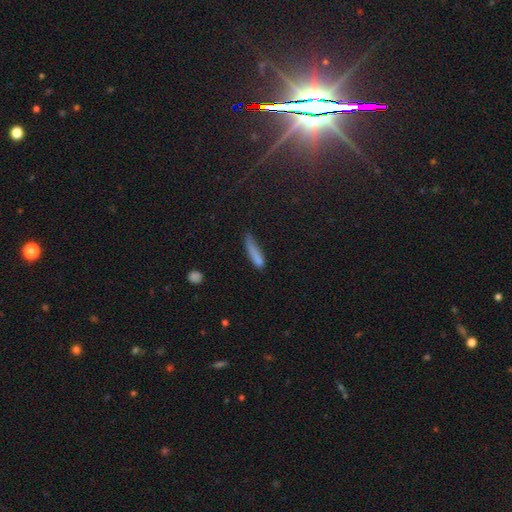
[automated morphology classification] The model was most divided on "merging": none: 50%, minor disturbance: 34%, major disturbance: 12%, merger: 4%. More confident: how rounded — cigar-shaped (83%); smooth or featured — smooth (80%).